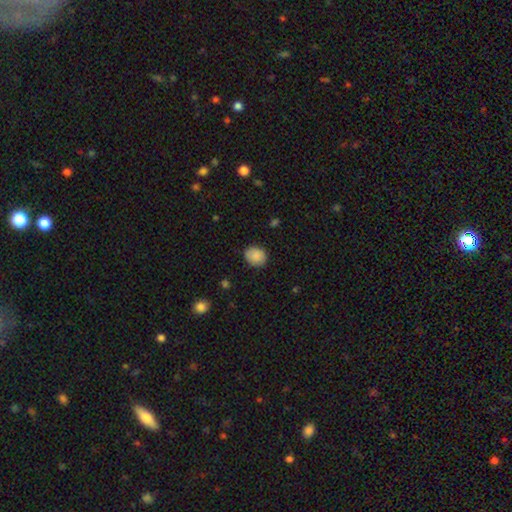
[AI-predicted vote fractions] smooth-or-featured: smooth: 87% | star or artifact: 8% | featured or disk: 5%
  how-rounded: round: 61% | in between: 38% | cigar-shaped: 1%
  merging: none: 82% | minor disturbance: 14% | major disturbance: 3% | merger: 1%